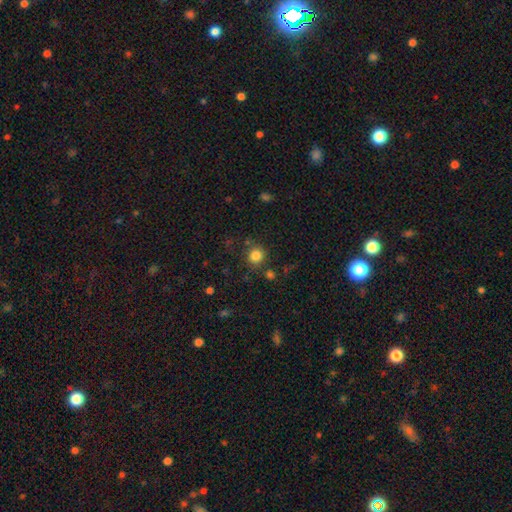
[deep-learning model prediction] smooth 83%, star or artifact 12%, featured or disk 5%. Down the decision tree: how rounded — round (89%); merging — none (80%).